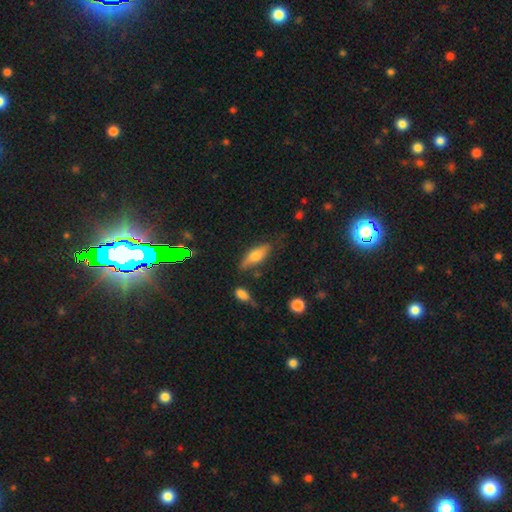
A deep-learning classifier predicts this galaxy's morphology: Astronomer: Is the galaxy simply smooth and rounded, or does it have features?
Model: smooth — 60%.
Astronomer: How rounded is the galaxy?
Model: in between — 62%.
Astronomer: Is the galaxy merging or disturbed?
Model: none — 68%.